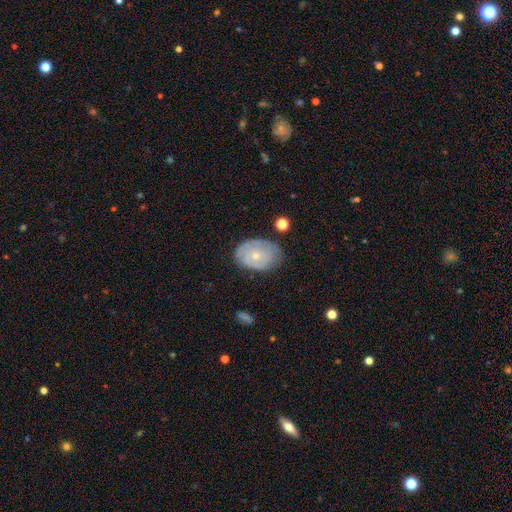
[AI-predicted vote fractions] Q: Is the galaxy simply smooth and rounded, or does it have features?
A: featured or disk — 50%.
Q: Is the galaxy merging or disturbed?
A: none — 67%.